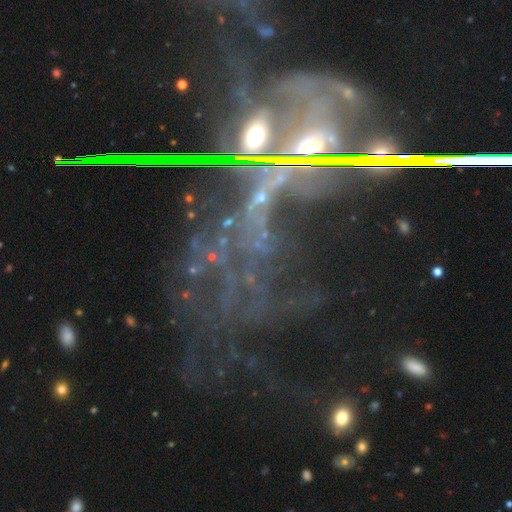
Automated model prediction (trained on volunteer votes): Smooth or featured? Predicted: star or artifact (p=0.51).